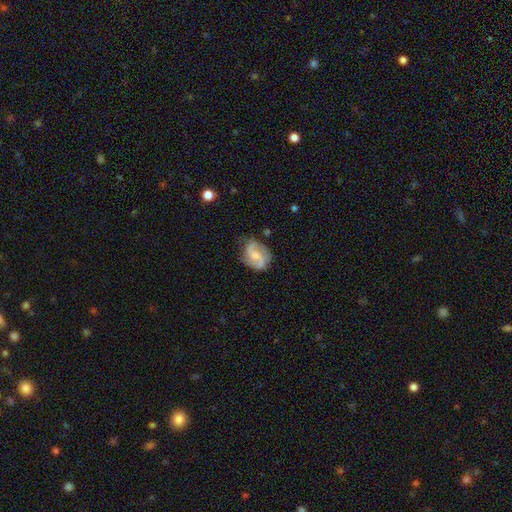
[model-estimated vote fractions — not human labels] featured or disk 79%, smooth 15%, star or artifact 6%. Down the decision tree: edge-on disk — no (98%); bar — weak (48%); spiral arms — yes (95%); spiral arm count — 2 (89%); spiral winding — medium (48%); bulge size — small (39%); merging — none (72%).